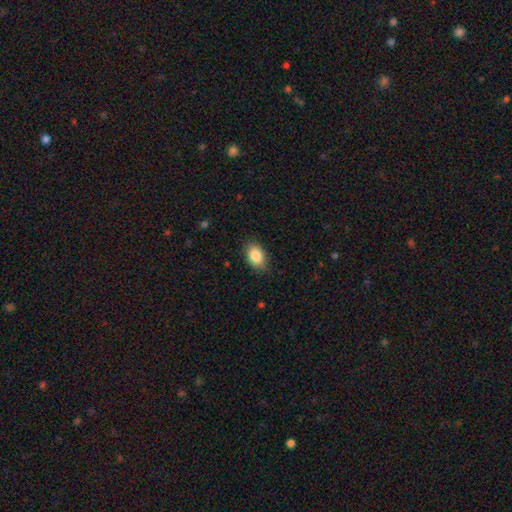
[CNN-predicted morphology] This appears to be a smooth galaxy with no disk features (87%) that is in between round and cigar-shaped (87%). Merging: none (84%).